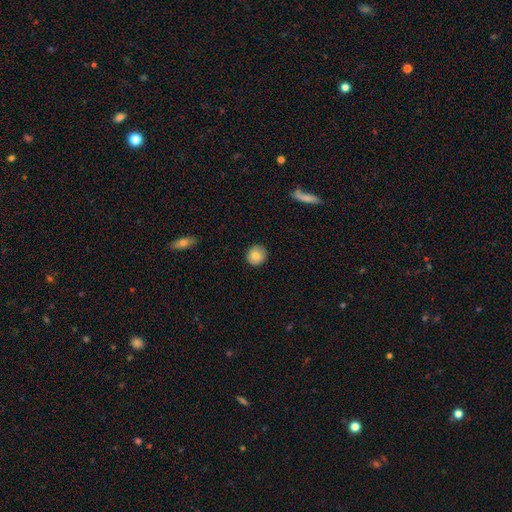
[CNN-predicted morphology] The model was most divided on "smooth or featured": smooth: 82%, featured or disk: 10%, star or artifact: 8%. More confident: merging — none (89%); how rounded — round (88%).